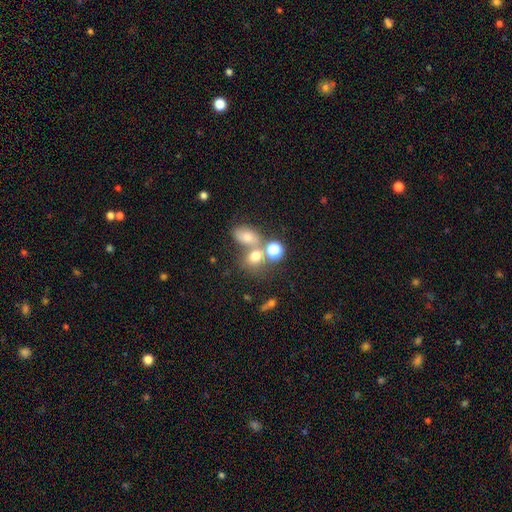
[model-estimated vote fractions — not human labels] Q: Smooth or featured?
A: smooth (67%); runner-up: star or artifact (18%)
Q: How rounded?
A: round (53%); runner-up: in between (45%)
Q: Merging?
A: merger (42%); runner-up: none (41%)